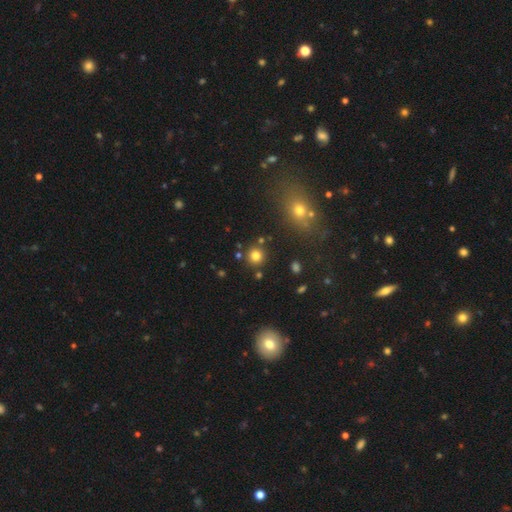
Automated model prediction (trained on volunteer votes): Overall: smooth (79%). How rounded: round (93%). Merging: none (85%).